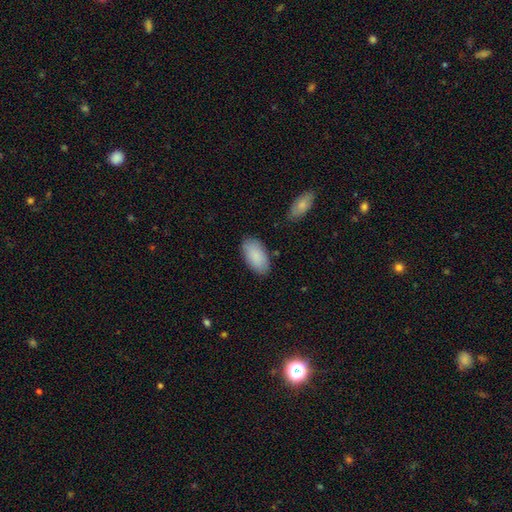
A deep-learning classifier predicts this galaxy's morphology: Smooth or featured? Predicted: smooth (p=0.89). How rounded? Predicted: in between (p=0.95). Merging? Predicted: none (p=0.83).